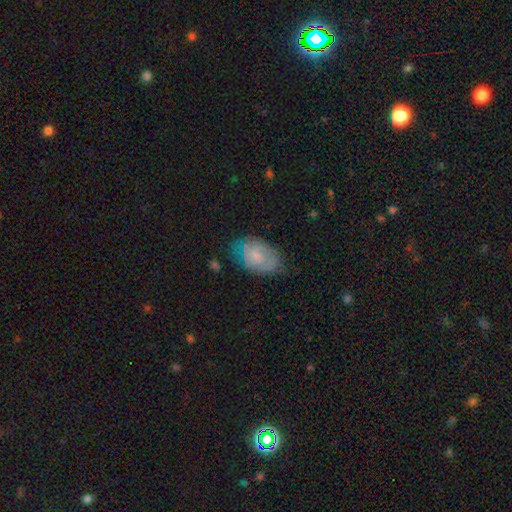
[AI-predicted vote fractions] Morphology: type=smooth (61%); roundness=in between (89%); merging=none (62%).